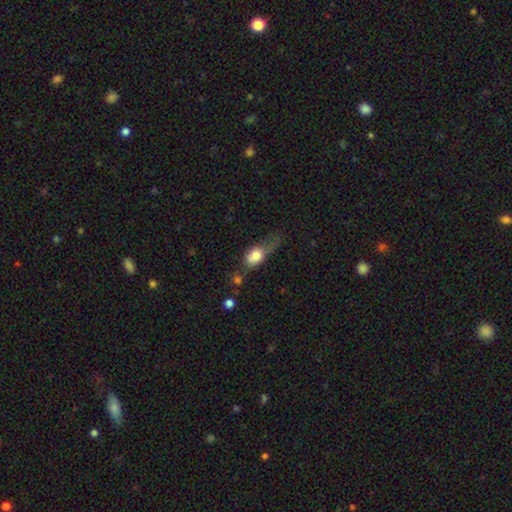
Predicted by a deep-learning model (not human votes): Morphology: type=smooth (72%); roundness=in between (70%); merging=major disturbance (40%).